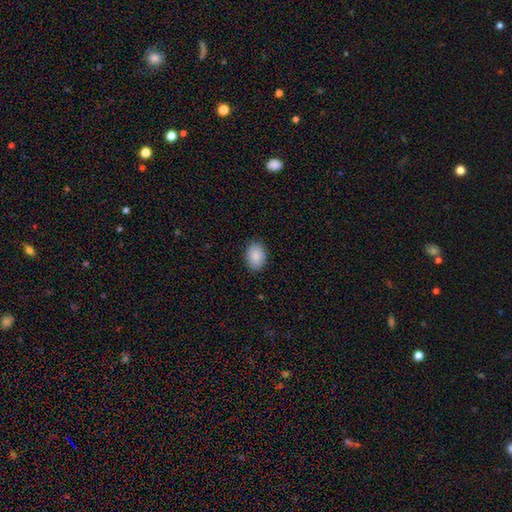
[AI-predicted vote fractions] A smooth galaxy with no disk features (89%) that is in between round and cigar-shaped (71%). Merging: none (88%).